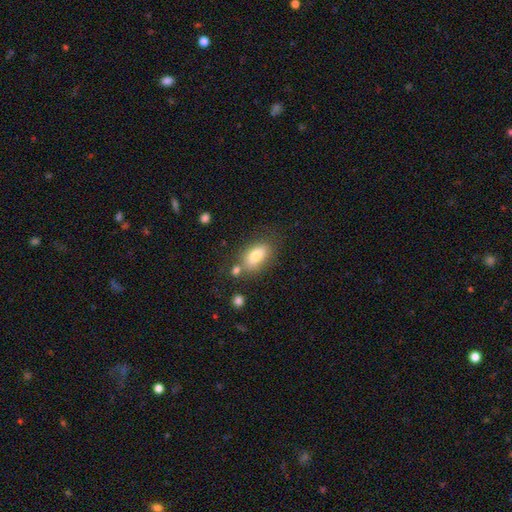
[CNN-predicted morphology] Smooth or featured?
  - smooth: 77% *
  - featured or disk: 15%
  - star or artifact: 8%
How rounded?
  - in between: 89% *
  - round: 7%
  - cigar-shaped: 4%
Merging?
  - none: 65% *
  - minor disturbance: 16%
  - merger: 13%
  - major disturbance: 6%